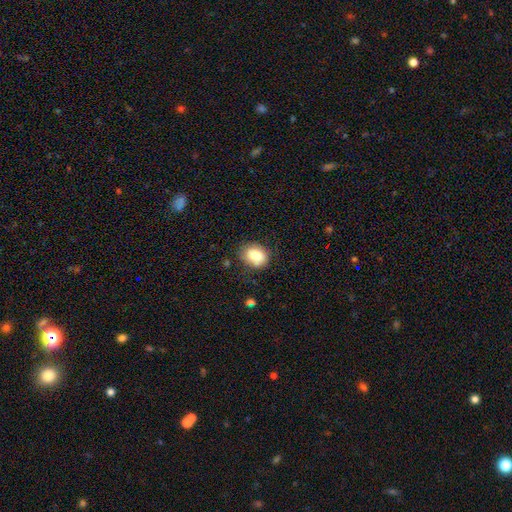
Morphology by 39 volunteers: Smooth or featured? 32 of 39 (82%) said smooth. How rounded? 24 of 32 (75%) said in between. Merging? 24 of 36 (67%) said none.